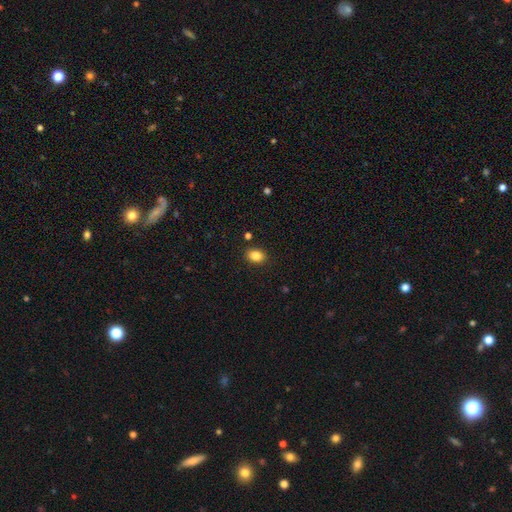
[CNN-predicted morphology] Smooth or featured?
  - smooth: 85% *
  - star or artifact: 10%
  - featured or disk: 5%
How rounded?
  - in between: 72% *
  - round: 27%
  - cigar-shaped: 1%
Merging?
  - none: 87% *
  - minor disturbance: 8%
  - major disturbance: 2%
  - merger: 2%